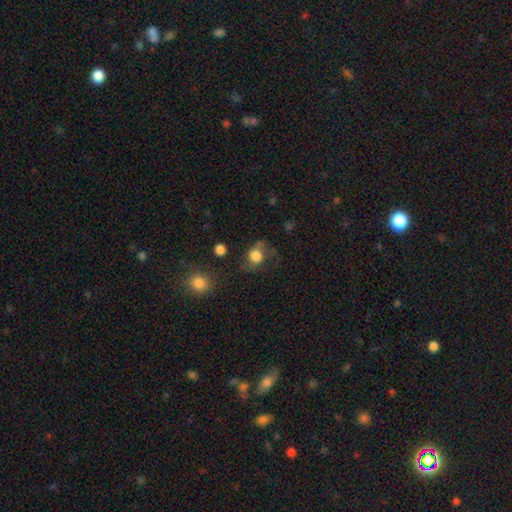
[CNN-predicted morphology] Overall: smooth (75%). How rounded: round (69%; in between 30%). Merging: none (49%; minor disturbance 24%).